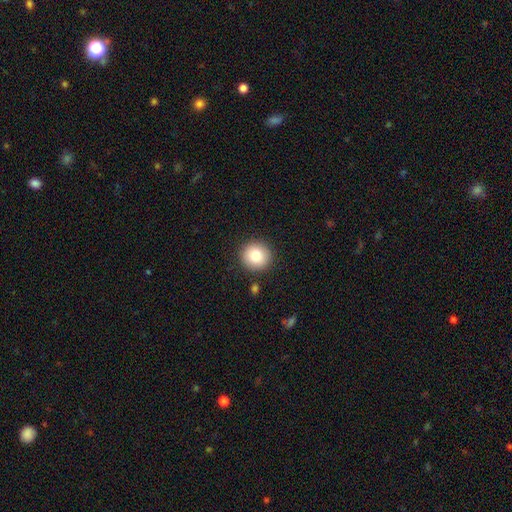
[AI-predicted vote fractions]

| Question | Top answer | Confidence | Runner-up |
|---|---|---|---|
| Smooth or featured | smooth | 82% | star or artifact (9%) |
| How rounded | round | 94% | in between (5%) |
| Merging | none | 90% | minor disturbance (6%) |